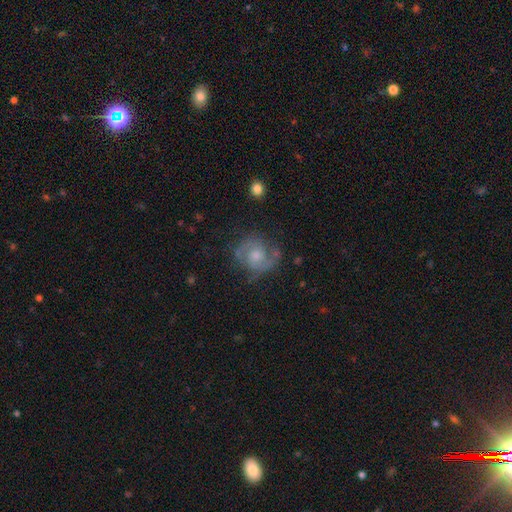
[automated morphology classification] featured or disk 79%, smooth 13%, star or artifact 7%. Down the decision tree: edge-on disk — no (98%); bar — no (66%); spiral arms — yes (94%); spiral arm count — 2 (86%); spiral winding — medium (51%); bulge size — moderate (48%); merging — none (71%).